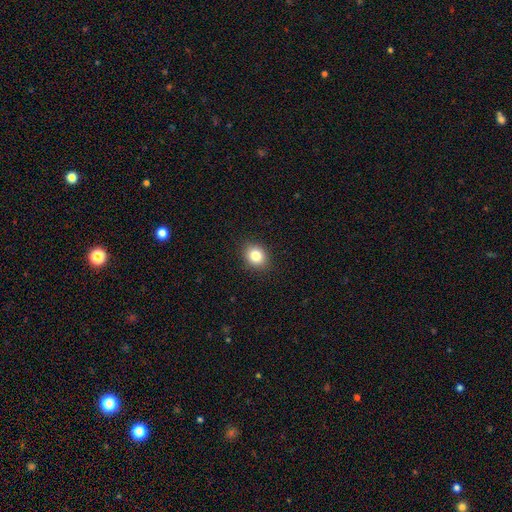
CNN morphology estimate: smooth 82%, star or artifact 11%, featured or disk 7%. Down the decision tree: how rounded — round (62%); merging — none (90%).